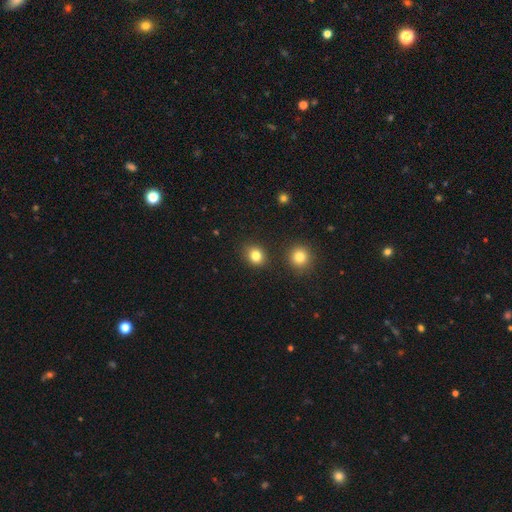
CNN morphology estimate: Smooth or featured: smooth — 82% (star or artifact — 12%)
How rounded: round — 69% (in between — 30%)
Merging: none — 86% (minor disturbance — 8%)